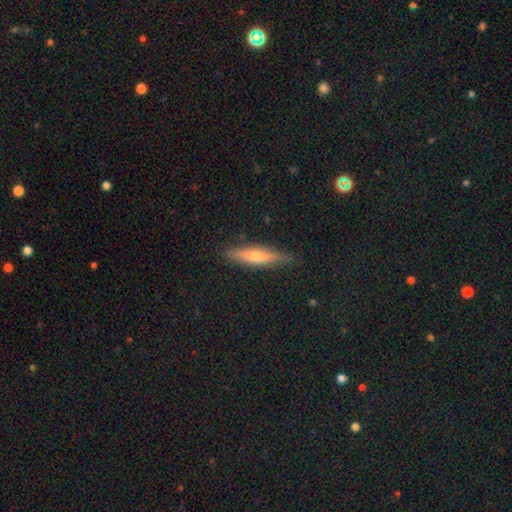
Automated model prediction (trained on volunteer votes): Morphology: type=featured or disk (48%); merging=none (85%).